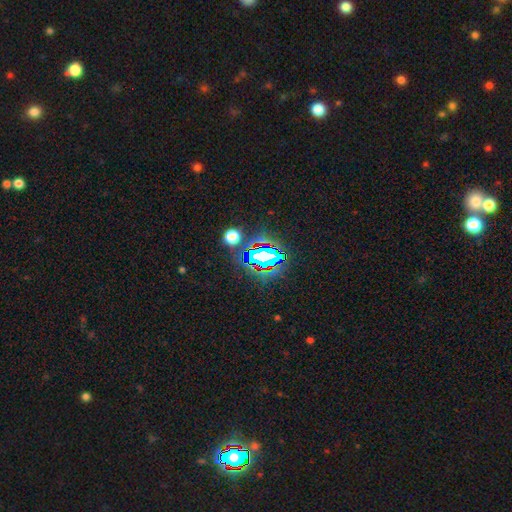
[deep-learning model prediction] This is likely a star or artifact rather than a galaxy (77%).